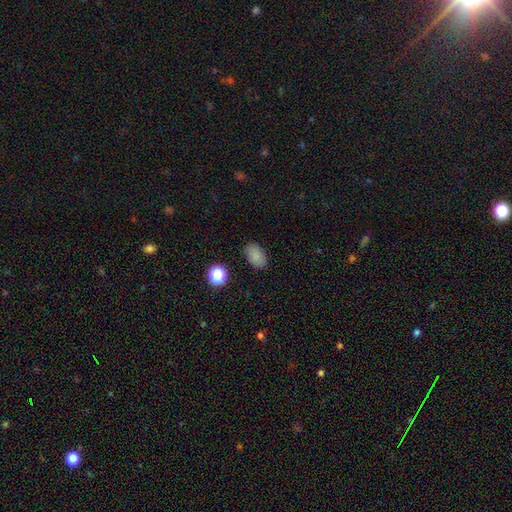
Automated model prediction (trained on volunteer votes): Smooth or featured: smooth — 83% (star or artifact — 11%)
How rounded: in between — 88% (round — 11%)
Merging: none — 85% (minor disturbance — 10%)